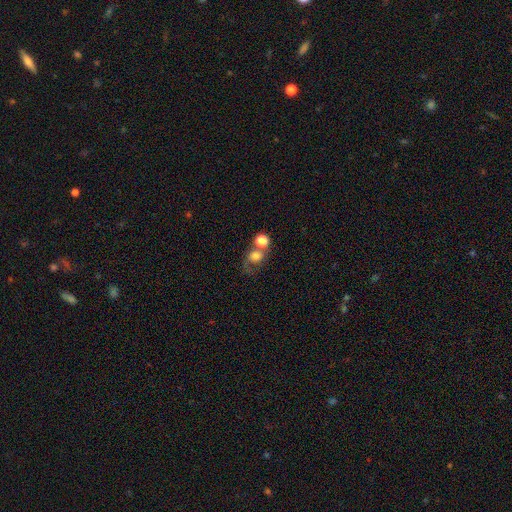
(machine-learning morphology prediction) A smooth galaxy with no disk features (67%) that is round (70%). Merging: merger (44%).